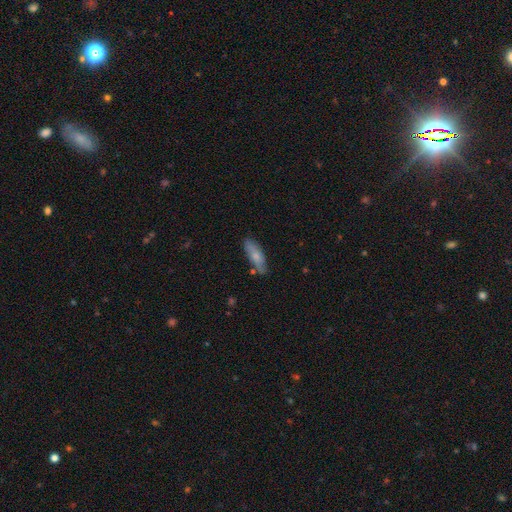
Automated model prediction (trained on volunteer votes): smooth 73%, featured or disk 21%, star or artifact 6%. Down the decision tree: how rounded — in between (57%); merging — none (71%).